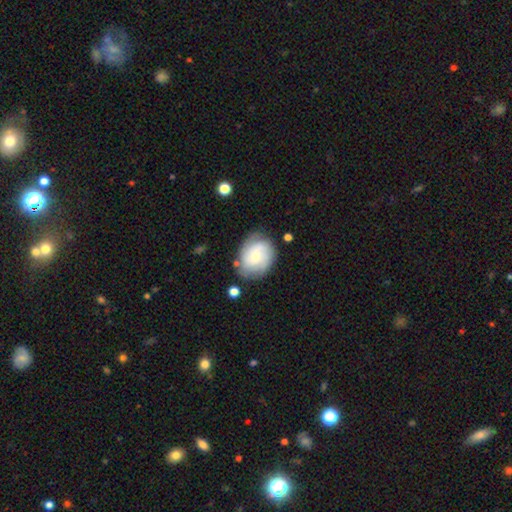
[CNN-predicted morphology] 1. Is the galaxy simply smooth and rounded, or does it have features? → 47% featured or disk, 46% smooth, 7% star or artifact.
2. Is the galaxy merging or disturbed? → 68% none, 21% minor disturbance, 7% major disturbance, 4% merger.